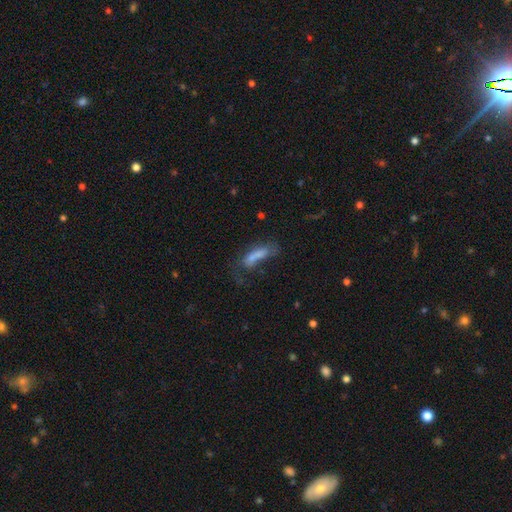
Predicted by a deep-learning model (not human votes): This is likely a smooth galaxy (65%). How rounded: possibly cigar-shaped (50%). Merging: marginally none (33%).